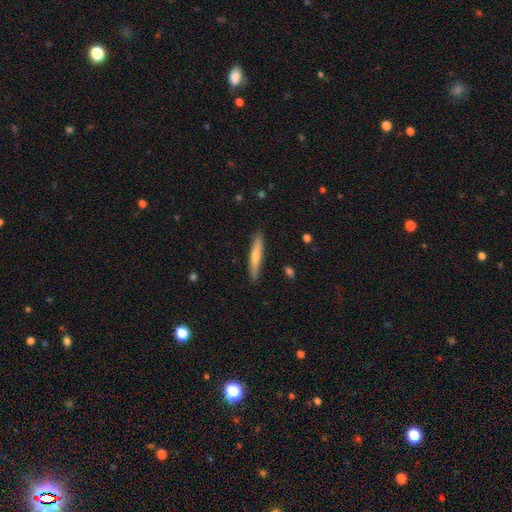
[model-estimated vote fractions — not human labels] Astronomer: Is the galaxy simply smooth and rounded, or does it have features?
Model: smooth — 68%.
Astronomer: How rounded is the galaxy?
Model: cigar-shaped — 92%.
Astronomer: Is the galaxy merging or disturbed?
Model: none — 88%.